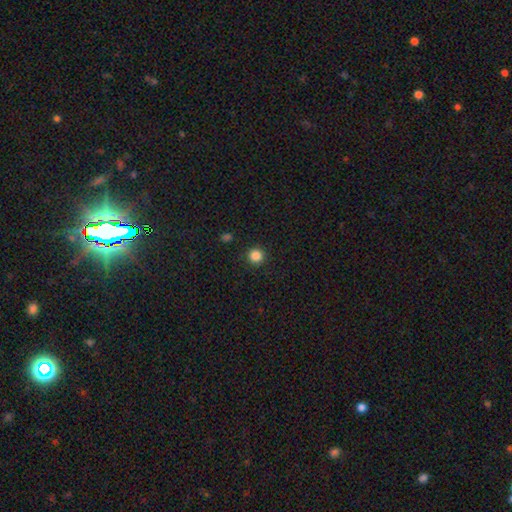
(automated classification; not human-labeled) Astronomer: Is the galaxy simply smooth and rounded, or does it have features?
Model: smooth — 85%.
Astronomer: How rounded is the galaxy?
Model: round — 95%.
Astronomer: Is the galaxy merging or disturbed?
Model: none — 92%.